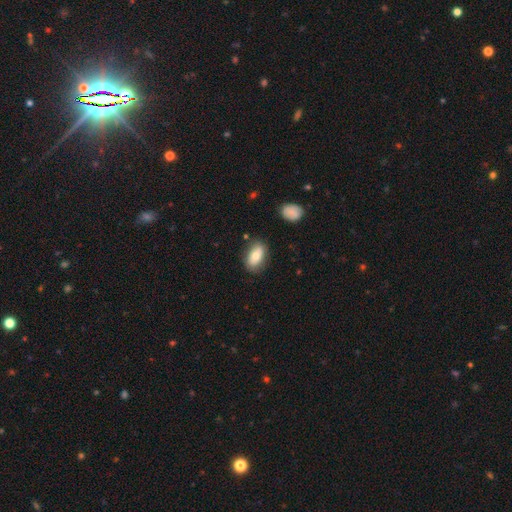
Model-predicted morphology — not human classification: Smooth or featured? Predicted: smooth (p=0.74). How rounded? Predicted: in between (p=0.91). Merging? Predicted: none (p=0.76).